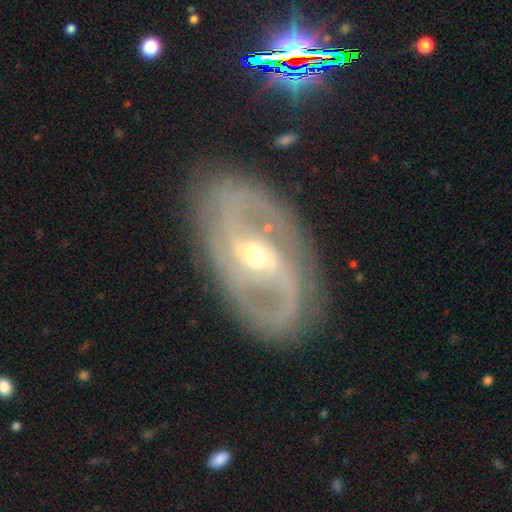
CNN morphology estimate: Smooth or featured? Predicted: featured or disk (p=0.86). Edge-on disk? Predicted: no (p=0.94). Bar? Predicted: weak (p=0.42). Spiral arms? Predicted: yes (p=0.86). Spiral winding? Predicted: medium (p=0.43). Spiral arm count? Predicted: 2 (p=0.75). Bulge size? Predicted: moderate (p=0.52). Merging? Predicted: none (p=0.79).